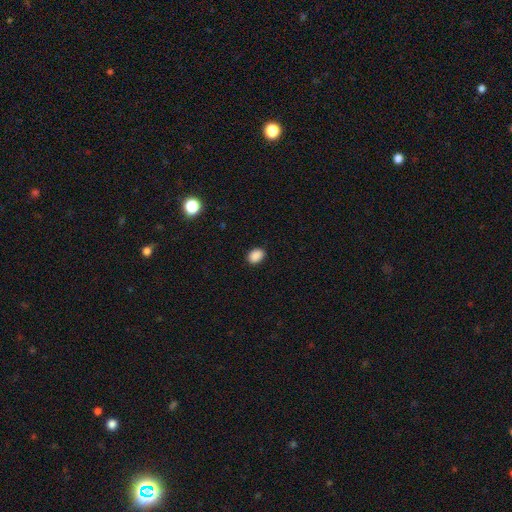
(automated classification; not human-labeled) Smooth or featured? Predicted: smooth (p=0.89). How rounded? Predicted: in between (p=0.71). Merging? Predicted: none (p=0.88).